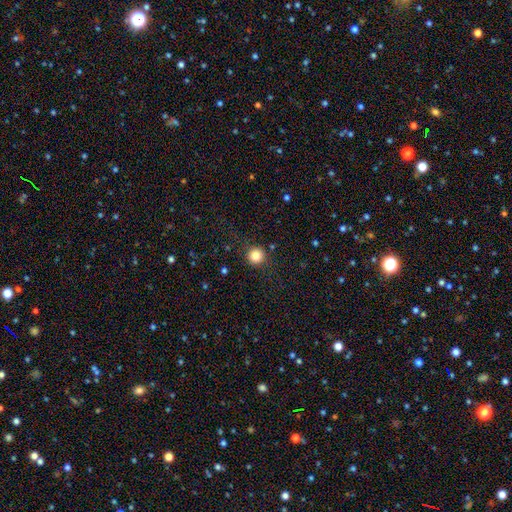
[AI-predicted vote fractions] smooth-or-featured: smooth: 82% | star or artifact: 12% | featured or disk: 6%
  how-rounded: round: 95% | in between: 4% | cigar-shaped: 1%
  merging: none: 89% | minor disturbance: 7% | major disturbance: 3% | merger: 1%